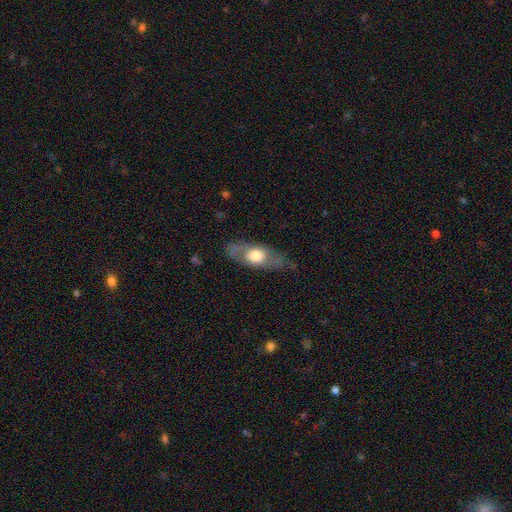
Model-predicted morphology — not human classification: type=featured or disk (48%); merging=none (75%).